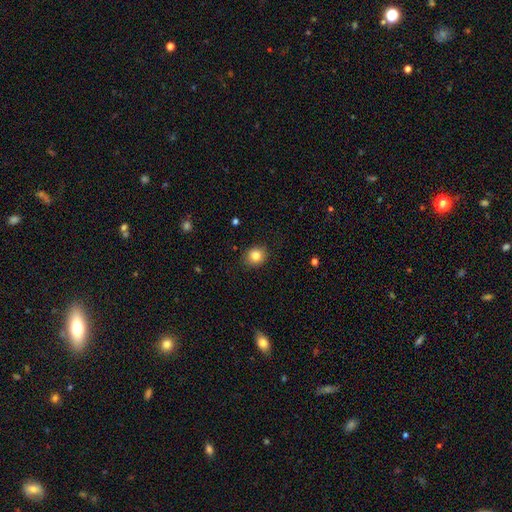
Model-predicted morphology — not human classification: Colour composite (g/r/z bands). It shows a smooth galaxy with no disk features (83%) that is round (75%). Merging: none (88%).